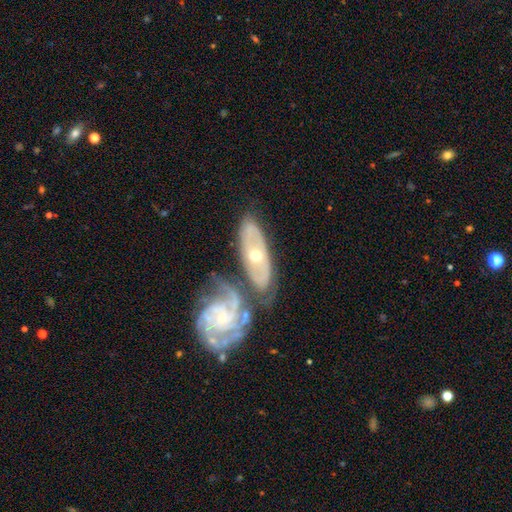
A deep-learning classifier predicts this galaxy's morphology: Overall: featured or disk (80%). Edge-on disk: no (87%). Bar: no (66%). Spiral arms: yes (91%). Spiral arm count: 2 (39%; can't tell 29%). Spiral winding: tight (70%). Bulge size: moderate (55%; small 41%). Merging: none (44%; merger 39%).